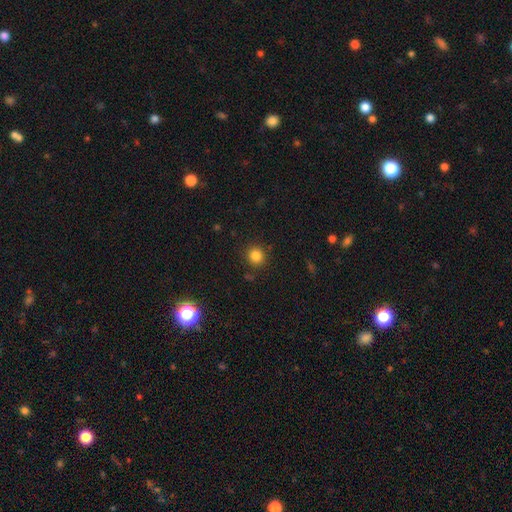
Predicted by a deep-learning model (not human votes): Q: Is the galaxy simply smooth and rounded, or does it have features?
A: smooth — 83%.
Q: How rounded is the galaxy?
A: round — 91%.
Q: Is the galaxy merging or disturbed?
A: none — 87%.